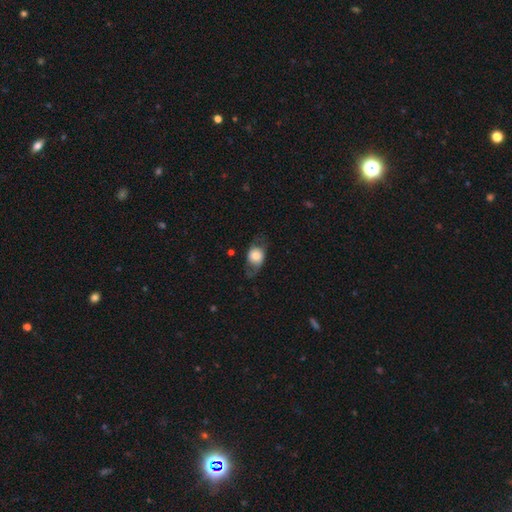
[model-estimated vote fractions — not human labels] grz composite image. It shows a smooth galaxy with no disk features (59%) that is in between round and cigar-shaped (49%, tied with round). Merging: none (59%).